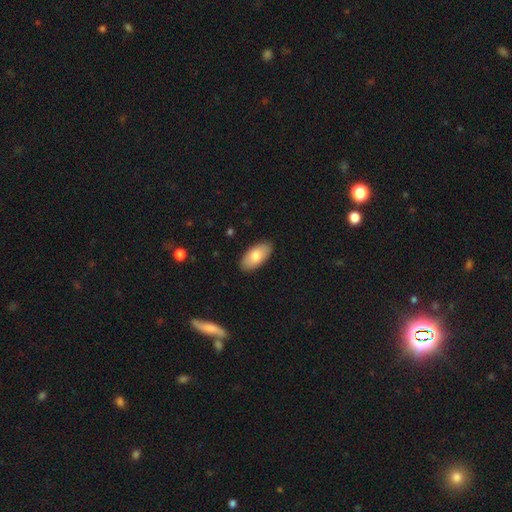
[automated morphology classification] This is likely a smooth galaxy (78%). How rounded: clearly in between (93%). Merging: clearly none (88%).